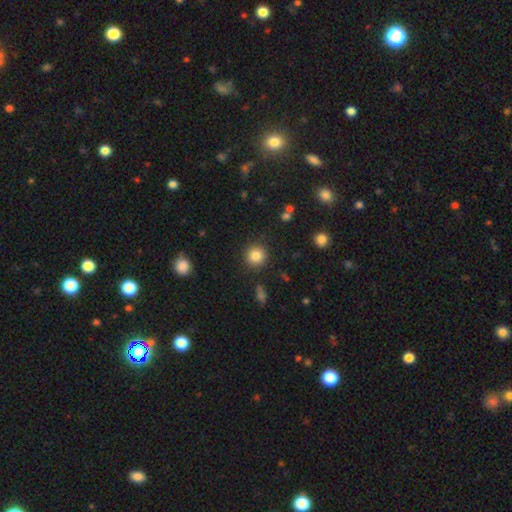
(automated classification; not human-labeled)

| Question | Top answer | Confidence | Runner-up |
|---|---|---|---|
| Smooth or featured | smooth | 84% | star or artifact (10%) |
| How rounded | round | 93% | in between (6%) |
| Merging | none | 89% | minor disturbance (7%) |